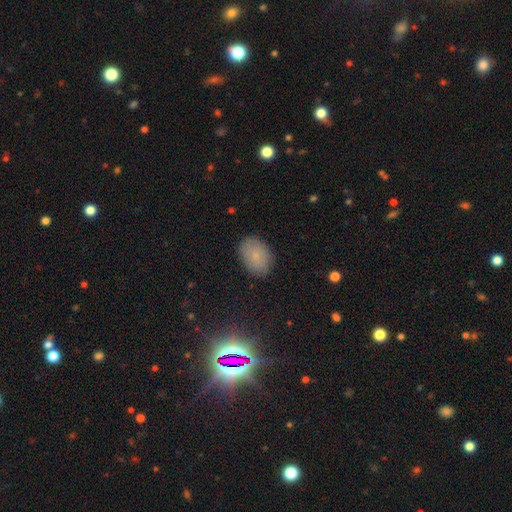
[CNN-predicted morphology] smooth_or_featured: smooth (p=0.75) [alt: featured or disk p=0.13]
how_rounded: in between (p=0.80) [alt: round p=0.19]
merging: none (p=0.85) [alt: minor disturbance p=0.11]